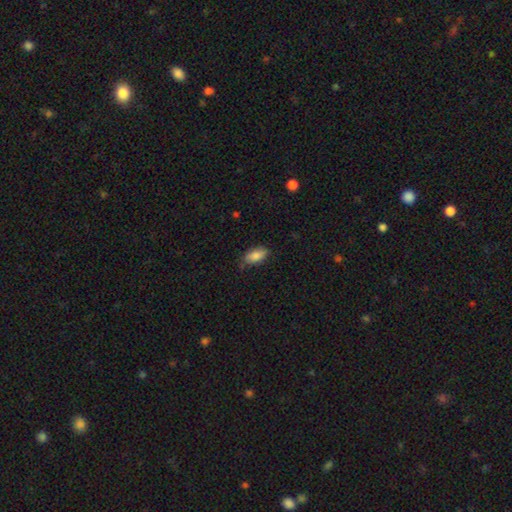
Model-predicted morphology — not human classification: A smooth galaxy with no disk features (84%) that is in between round and cigar-shaped (91%).

Vote fractions:
- Smooth or featured? smooth: 84% / featured or disk: 10% / star or artifact: 7%
- How rounded? in between: 91% / cigar-shaped: 6% / round: 3%
- Merging? none: 67% / minor disturbance: 26% / major disturbance: 5% / merger: 1%